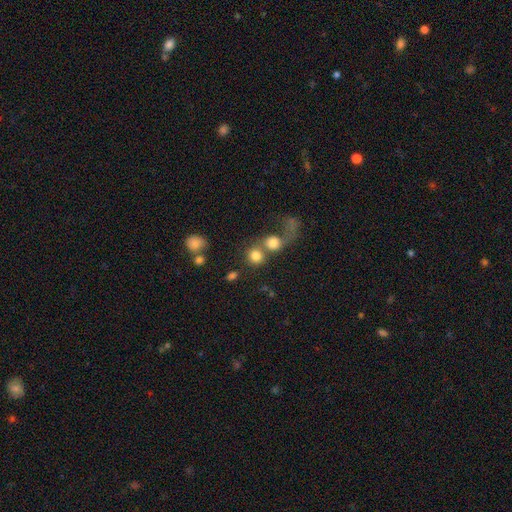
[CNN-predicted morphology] This appears to be a smooth galaxy with no disk features (78%) that is round (86%). Merging: merger (46%).